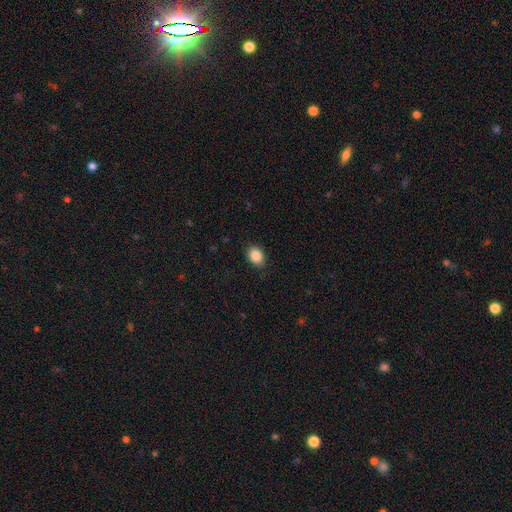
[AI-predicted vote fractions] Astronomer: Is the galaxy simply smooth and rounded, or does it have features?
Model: smooth — 88%.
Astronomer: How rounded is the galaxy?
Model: in between — 58% (runner-up: round, 41%).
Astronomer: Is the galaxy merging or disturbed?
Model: none — 86%.